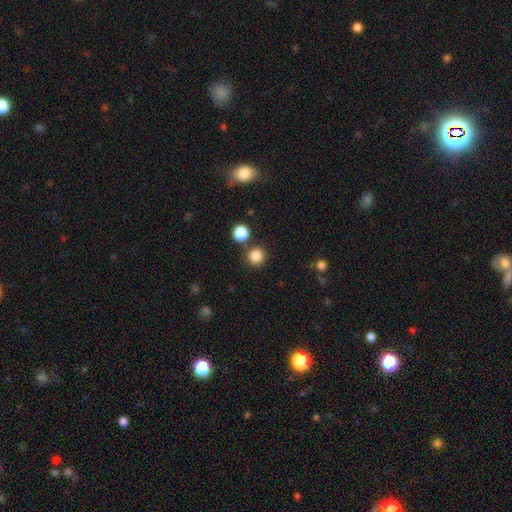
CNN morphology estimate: type=smooth (84%); roundness=round (93%); merging=none (79%).